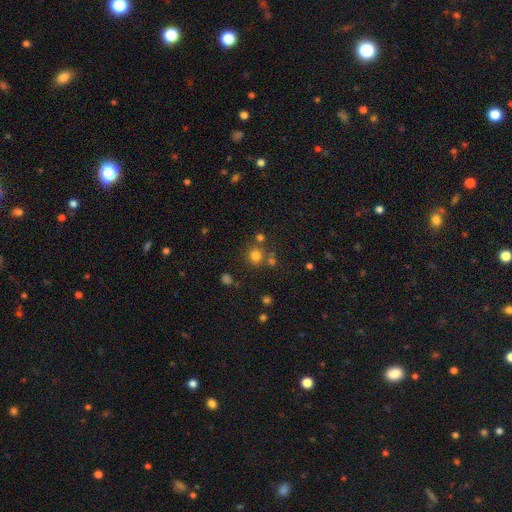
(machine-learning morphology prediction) A smooth galaxy with no disk features (76%) that is round (90%). Merging: none (73%).